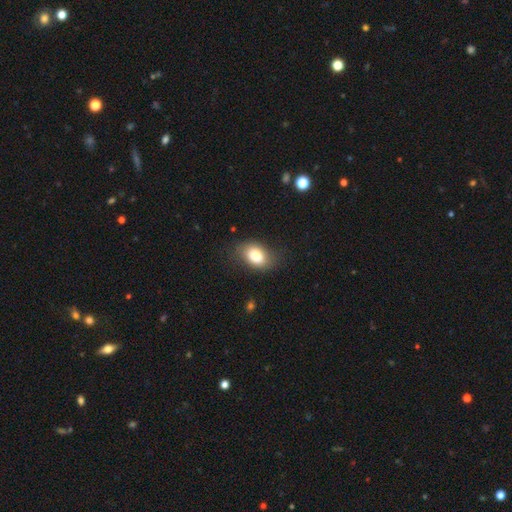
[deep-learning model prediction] Smooth or featured?
  - smooth: 80% *
  - featured or disk: 12%
  - star or artifact: 8%
How rounded?
  - in between: 82% *
  - round: 16%
  - cigar-shaped: 1%
Merging?
  - none: 73% *
  - minor disturbance: 19%
  - major disturbance: 7%
  - merger: 1%